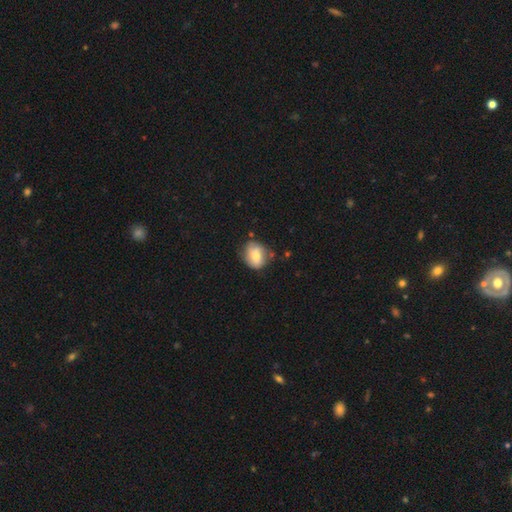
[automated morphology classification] type=smooth (64%); roundness=round (54%); merging=none (66%).